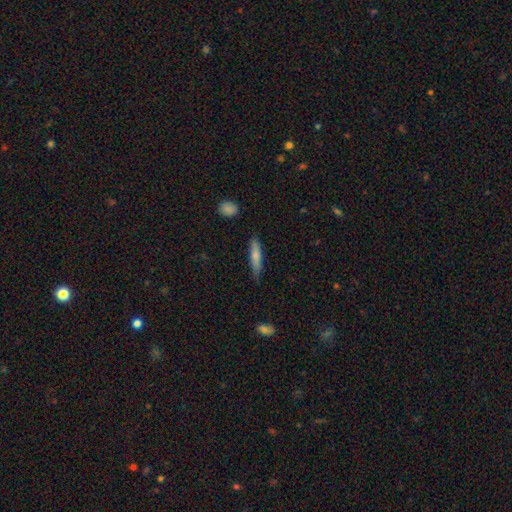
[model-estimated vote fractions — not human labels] A smooth galaxy with no disk features (73%) that is cigar-shaped (83%).

Vote fractions:
- Smooth or featured? smooth: 73% / featured or disk: 21% / star or artifact: 6%
- How rounded? cigar-shaped: 83% / in between: 15% / round: 2%
- Merging? none: 78% / minor disturbance: 18% / major disturbance: 3% / merger: 2%